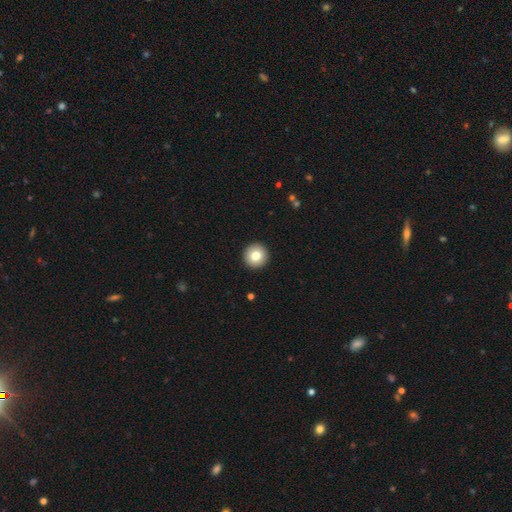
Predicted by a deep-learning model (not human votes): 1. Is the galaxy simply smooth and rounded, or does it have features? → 80% smooth, 11% featured or disk, 9% star or artifact.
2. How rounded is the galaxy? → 96% round, 3% in between, 1% cigar-shaped.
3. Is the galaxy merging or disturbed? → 94% none, 4% minor disturbance, 1% major disturbance, 1% merger.